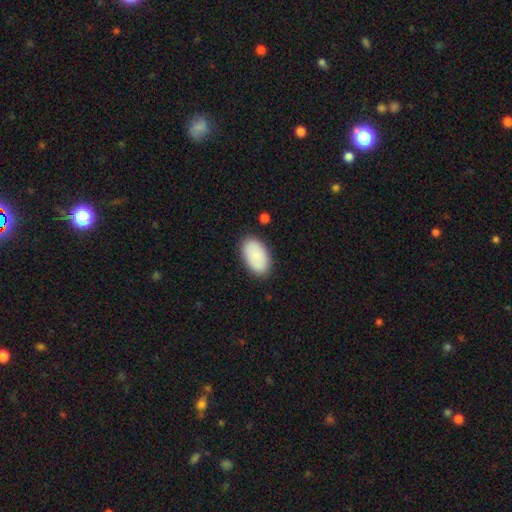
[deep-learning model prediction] The model was most divided on "merging": none: 86%, minor disturbance: 10%, major disturbance: 2%, merger: 1%. More confident: how rounded — in between (95%); smooth or featured — smooth (86%).